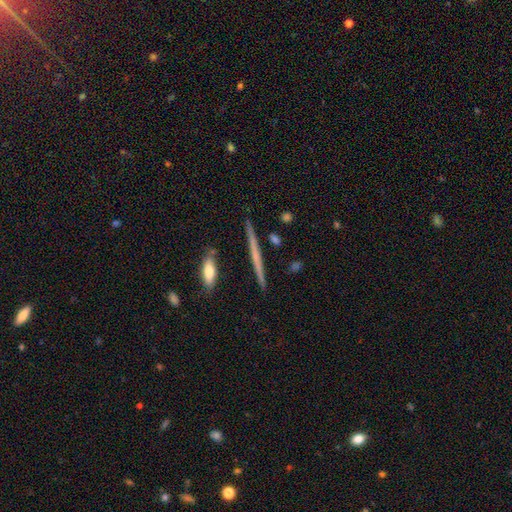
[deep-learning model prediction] smooth-or-featured: featured or disk: 58% | smooth: 35% | star or artifact: 7%
  disk-edge-on: yes: 97% | no: 3%
    edge-on-bulge: none: 73% | rounded: 20% | boxy: 6%
  merging: none: 89% | minor disturbance: 7% | merger: 2% | major disturbance: 2%